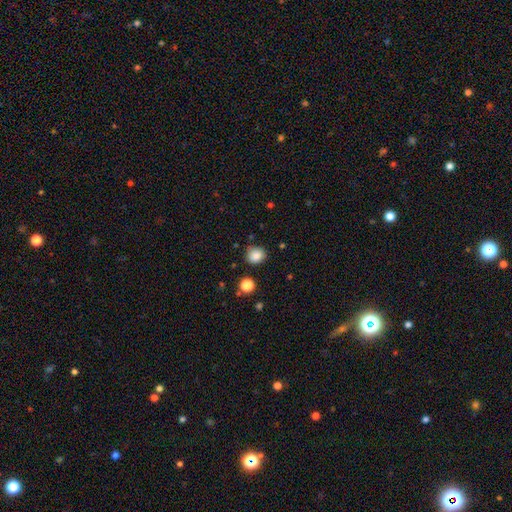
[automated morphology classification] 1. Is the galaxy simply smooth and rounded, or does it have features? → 86% smooth, 11% star or artifact, 4% featured or disk.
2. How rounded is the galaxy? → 73% round, 26% in between, 1% cigar-shaped.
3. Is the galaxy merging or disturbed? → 80% none, 14% minor disturbance, 3% major disturbance, 3% merger.